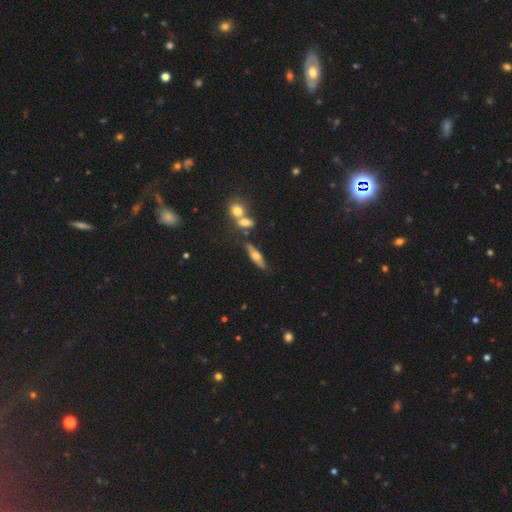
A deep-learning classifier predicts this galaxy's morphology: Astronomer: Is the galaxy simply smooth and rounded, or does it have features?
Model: featured or disk — 47% (runner-up: smooth, 45%).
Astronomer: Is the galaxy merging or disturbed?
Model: none — 74%.